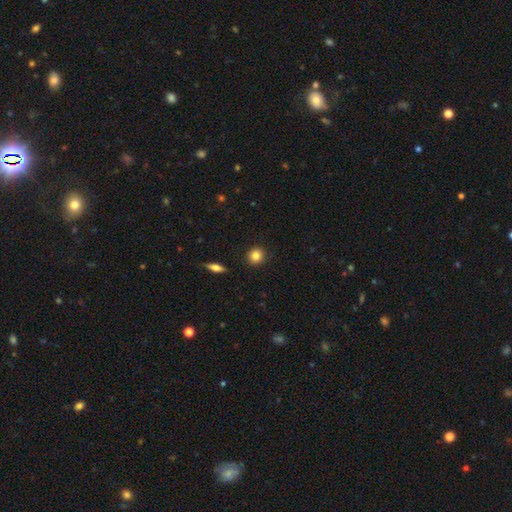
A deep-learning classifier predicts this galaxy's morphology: Smooth or featured? Predicted: smooth (p=0.83). How rounded? Predicted: round (p=0.88). Merging? Predicted: none (p=0.91).